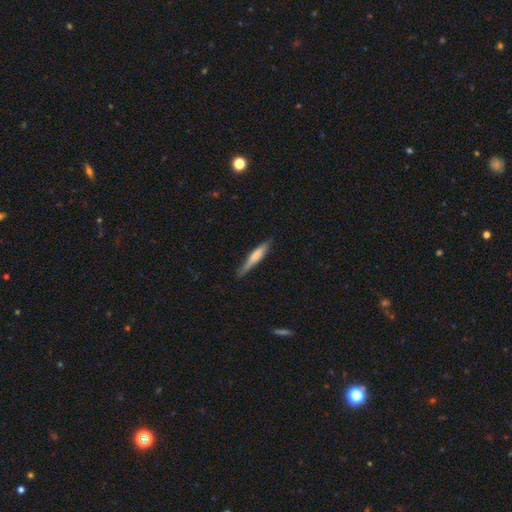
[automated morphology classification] Q: Smooth or featured?
A: smooth (65%); runner-up: featured or disk (29%)
Q: How rounded?
A: cigar-shaped (89%); runner-up: in between (9%)
Q: Merging?
A: none (73%); runner-up: minor disturbance (22%)